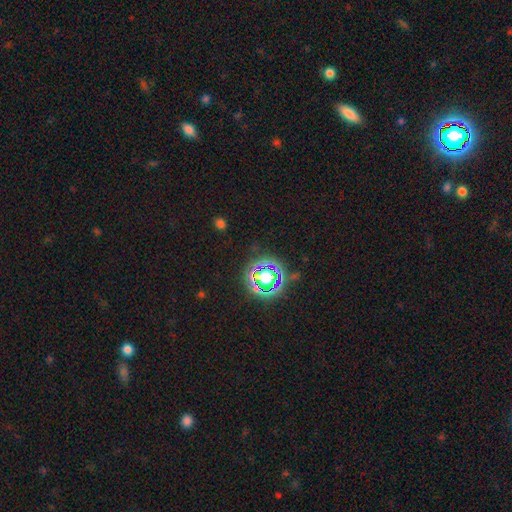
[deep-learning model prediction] Q: Smooth or featured?
A: star or artifact (78%); runner-up: smooth (15%)